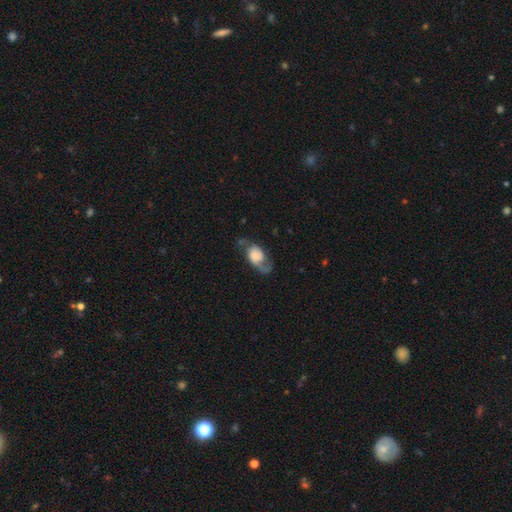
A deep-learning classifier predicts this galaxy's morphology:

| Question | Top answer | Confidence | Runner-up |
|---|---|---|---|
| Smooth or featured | featured or disk | 59% | smooth (33%) |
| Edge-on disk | no | 96% | yes (4%) |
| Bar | no | 72% | weak (22%) |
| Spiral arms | yes | 87% | no (13%) |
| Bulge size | large | 32% | none (24%) |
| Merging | none | 44% | major disturbance (27%) |